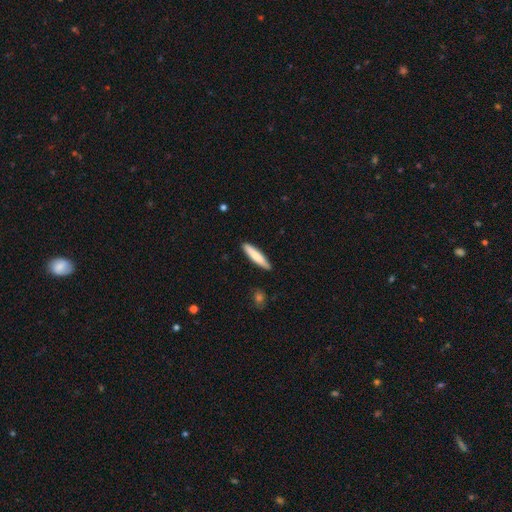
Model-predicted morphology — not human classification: A smooth galaxy with no disk features (78%) that is cigar-shaped (87%). Merging: none (88%).